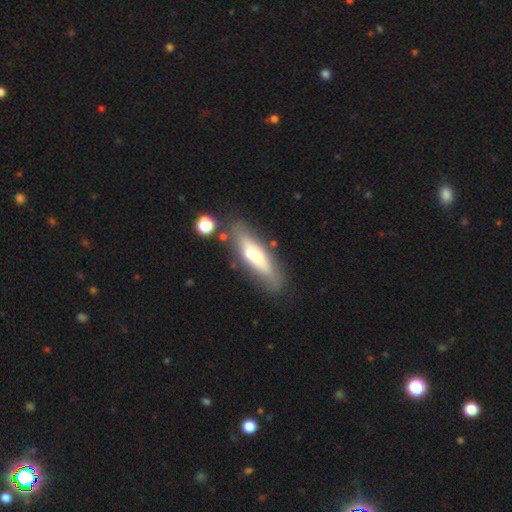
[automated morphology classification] smooth_or_featured: smooth (p=0.47) [alt: featured or disk p=0.46]
merging: none (p=0.69) [alt: minor disturbance p=0.16]